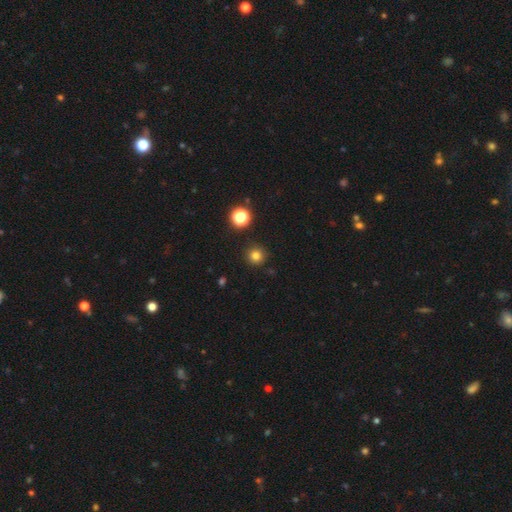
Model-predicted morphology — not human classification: smooth 79%, star or artifact 16%, featured or disk 5%. Down the decision tree: how rounded — round (95%); merging — none (91%).